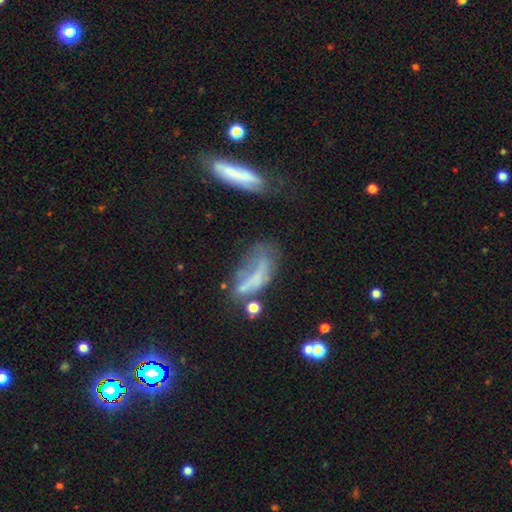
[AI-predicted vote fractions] Morphology: type=smooth (47%); merging=major disturbance (37%).